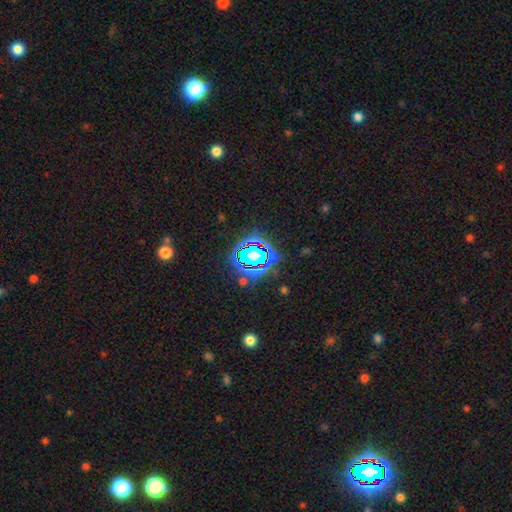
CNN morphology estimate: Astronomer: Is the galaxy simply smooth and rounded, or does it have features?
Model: star or artifact — 75%.